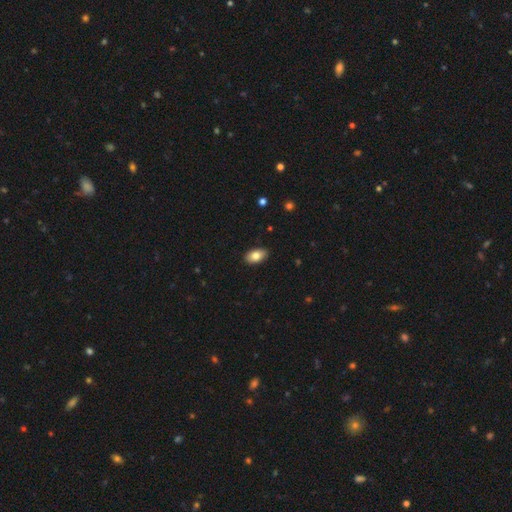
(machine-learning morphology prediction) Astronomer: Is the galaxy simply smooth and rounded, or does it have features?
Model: smooth — 81%.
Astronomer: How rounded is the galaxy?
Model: in between — 93%.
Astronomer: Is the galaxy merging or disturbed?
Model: none — 89%.